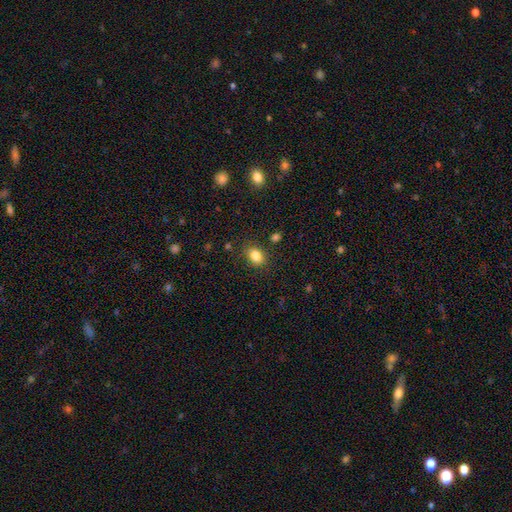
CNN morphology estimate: Q: Smooth or featured?
A: smooth (84%); runner-up: star or artifact (10%)
Q: How rounded?
A: in between (67%); runner-up: round (32%)
Q: Merging?
A: none (84%); runner-up: minor disturbance (11%)